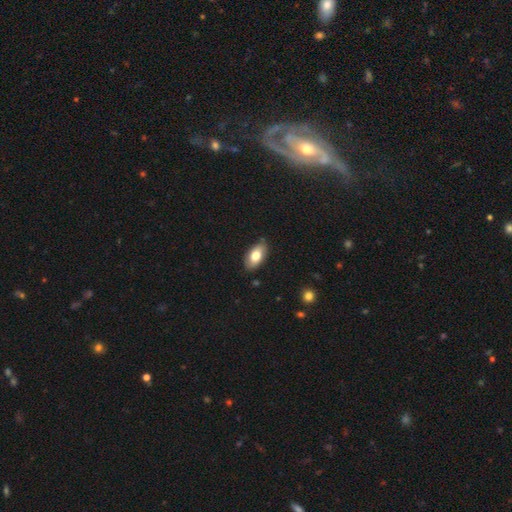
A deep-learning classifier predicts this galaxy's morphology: This is likely a smooth galaxy (77%). How rounded: clearly in between (92%). Merging: clearly none (83%).